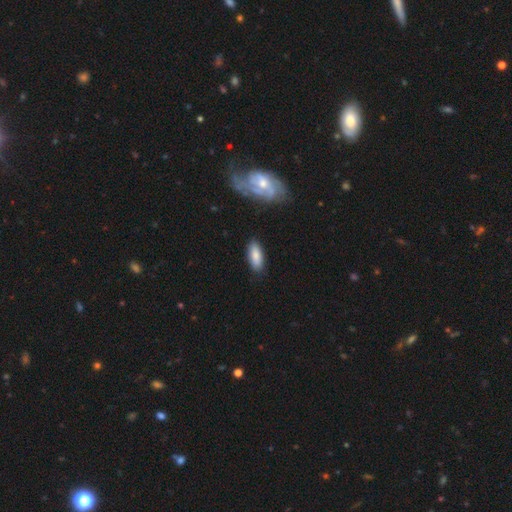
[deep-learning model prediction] Smooth or featured?
  - smooth: 83% *
  - featured or disk: 11%
  - star or artifact: 6%
How rounded?
  - in between: 80% *
  - cigar-shaped: 18%
  - round: 2%
Merging?
  - none: 83% *
  - minor disturbance: 13%
  - major disturbance: 2%
  - merger: 2%